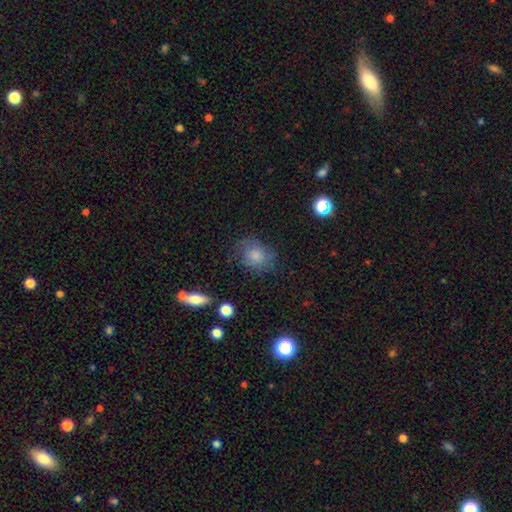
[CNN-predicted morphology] This appears to be a smooth galaxy with no disk features (74%) that is round (58%). Merging: none (62%).